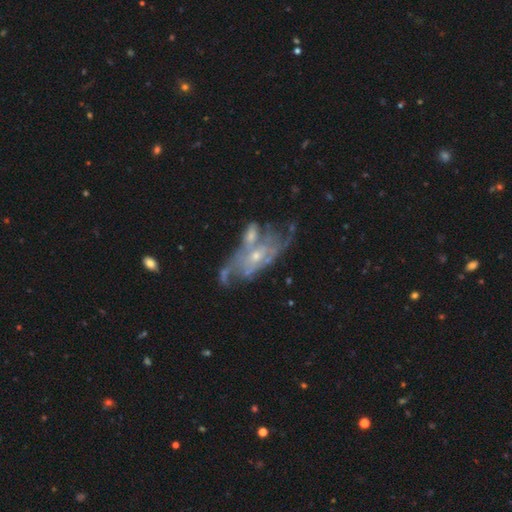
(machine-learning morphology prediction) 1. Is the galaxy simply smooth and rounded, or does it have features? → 80% featured or disk, 12% smooth, 8% star or artifact.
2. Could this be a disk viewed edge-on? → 91% no, 9% yes.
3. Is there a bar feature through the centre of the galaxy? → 65% no, 28% weak, 7% strong.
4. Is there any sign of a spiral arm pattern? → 78% yes, 22% no.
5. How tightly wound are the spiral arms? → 38% medium (tied), 38% tight (tied), 24% loose.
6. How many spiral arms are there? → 47% can't tell, 28% 2, 10% 3, 6% 4, 5% 1, 4% more than 4.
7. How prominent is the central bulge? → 67% small, 27% moderate, 3% none, 1% large, 1% dominant.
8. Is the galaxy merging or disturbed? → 36% none, 29% merger, 18% major disturbance, 17% minor disturbance.